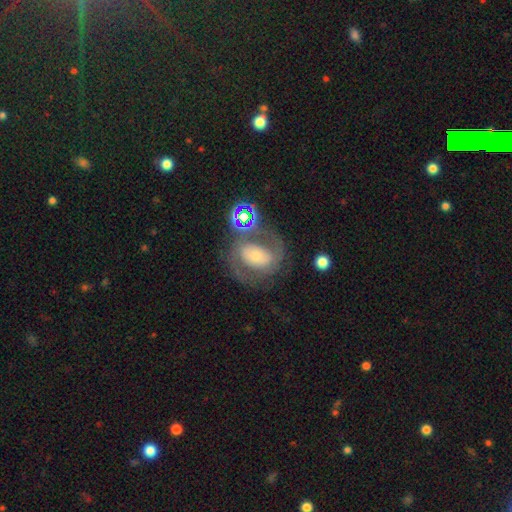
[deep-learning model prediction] featured or disk 70%, smooth 19%, star or artifact 10%. Down the decision tree: edge-on disk — no (97%); bar — no (49%); spiral arms — yes (83%); spiral arm count — 2 (79%); spiral winding — medium (49%); bulge size — small (50%); merging — none (57%).